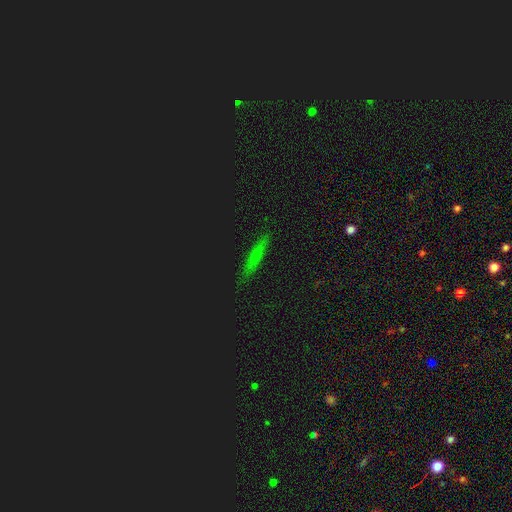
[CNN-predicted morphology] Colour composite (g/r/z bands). It shows a smooth galaxy with no disk features (55%) that is cigar-shaped (84%). Merging: none (89%).